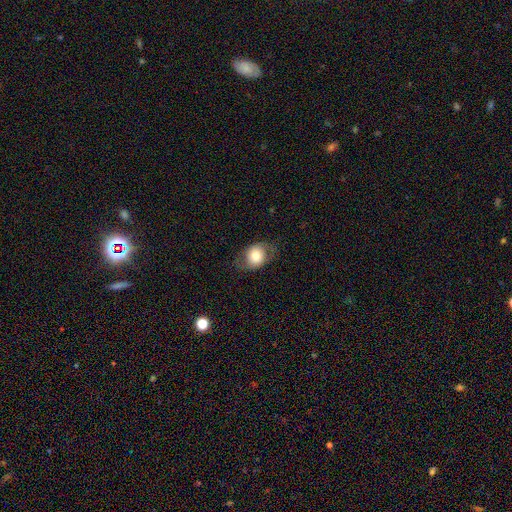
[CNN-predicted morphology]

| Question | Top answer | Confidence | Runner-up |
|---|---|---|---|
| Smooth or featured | smooth | 67% | featured or disk (25%) |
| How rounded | in between | 52% | round (47%) |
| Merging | none | 72% | minor disturbance (18%) |